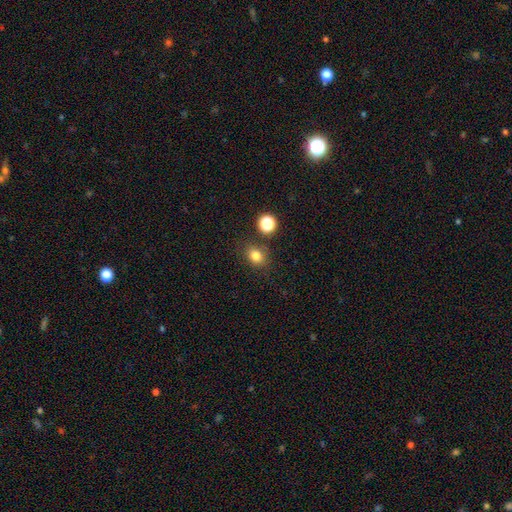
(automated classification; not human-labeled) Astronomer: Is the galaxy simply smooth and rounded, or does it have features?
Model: smooth — 79%.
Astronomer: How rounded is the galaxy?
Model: round — 55% (runner-up: in between, 44%).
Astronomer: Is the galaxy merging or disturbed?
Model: none — 78%.